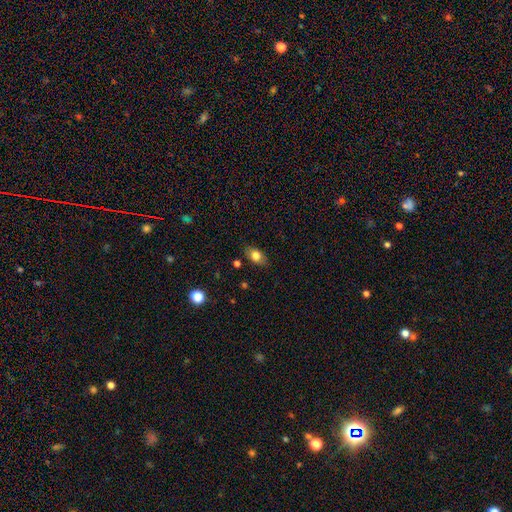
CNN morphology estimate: A smooth galaxy with no disk features (78%) that is in between round and cigar-shaped (85%). Merging: none (83%).